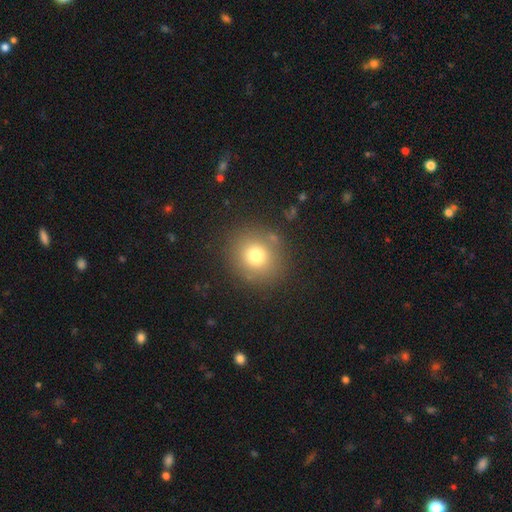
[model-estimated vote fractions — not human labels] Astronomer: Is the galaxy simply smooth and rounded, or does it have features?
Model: smooth — 74%.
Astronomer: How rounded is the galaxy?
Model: round — 87%.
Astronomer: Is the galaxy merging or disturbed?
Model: none — 84%.